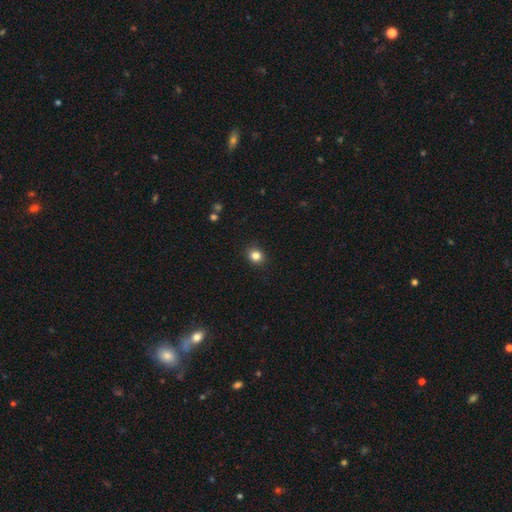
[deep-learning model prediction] Q: Smooth or featured?
A: smooth (84%); runner-up: star or artifact (12%)
Q: How rounded?
A: round (79%); runner-up: in between (20%)
Q: Merging?
A: none (90%); runner-up: minor disturbance (7%)